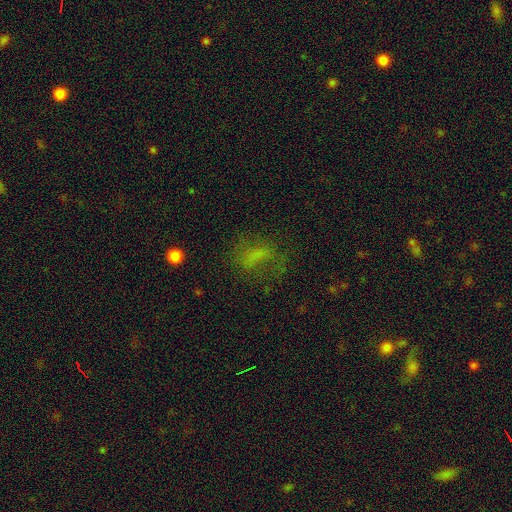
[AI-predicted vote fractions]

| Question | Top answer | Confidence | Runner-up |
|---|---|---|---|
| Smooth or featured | smooth | 52% | featured or disk (24%) |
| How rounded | in between | 67% | round (24%) |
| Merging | none | 53% | major disturbance (24%) |